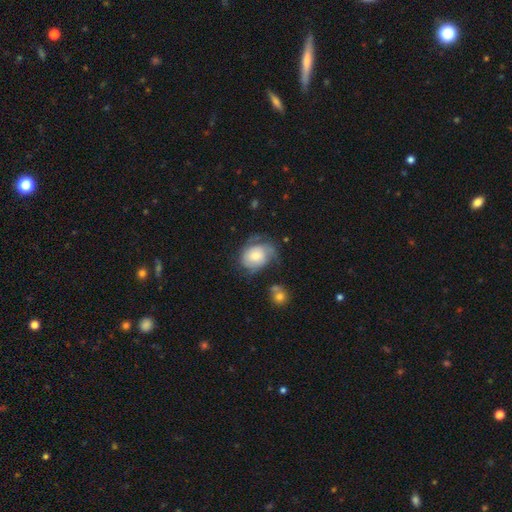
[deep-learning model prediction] Smooth or featured: featured or disk — 50% (smooth — 42%)
Edge-on disk: no — 97% (yes — 3%)
Merging: none — 45% (minor disturbance — 30%)